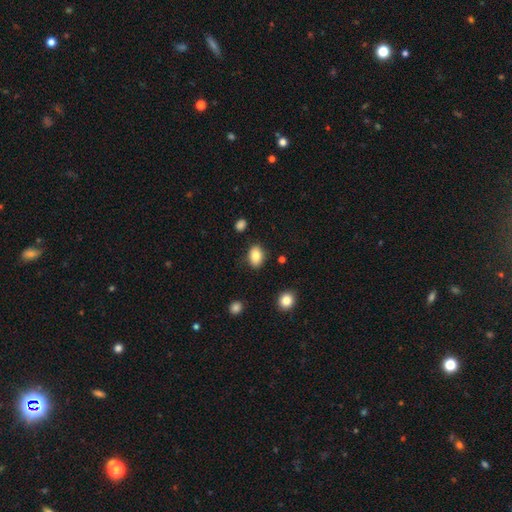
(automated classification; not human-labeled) Smooth or featured? Predicted: smooth (p=0.84). How rounded? Predicted: in between (p=0.78). Merging? Predicted: none (p=0.85).